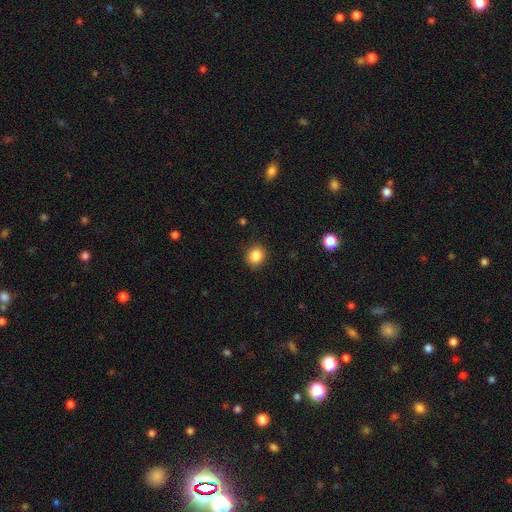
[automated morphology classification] A smooth galaxy with no disk features (86%) that is round (73%).

Vote fractions:
- Smooth or featured? smooth: 86% / star or artifact: 10% / featured or disk: 4%
- How rounded? round: 73% / in between: 26% / cigar-shaped: 1%
- Merging? none: 88% / minor disturbance: 9% / major disturbance: 2% / merger: 1%